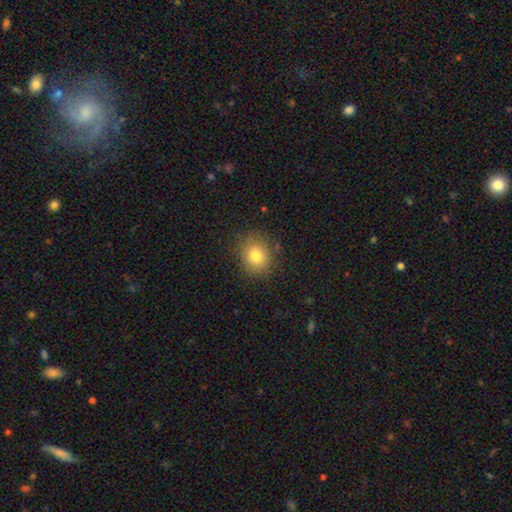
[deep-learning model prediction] Smooth or featured: smooth — 79% (star or artifact — 11%)
How rounded: round — 66% (in between — 34%)
Merging: none — 83% (minor disturbance — 12%)